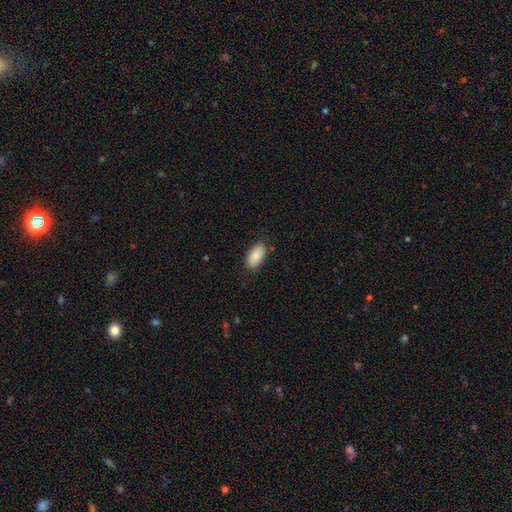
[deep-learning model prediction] Morphology: type=smooth (88%); roundness=in between (94%); merging=none (85%).